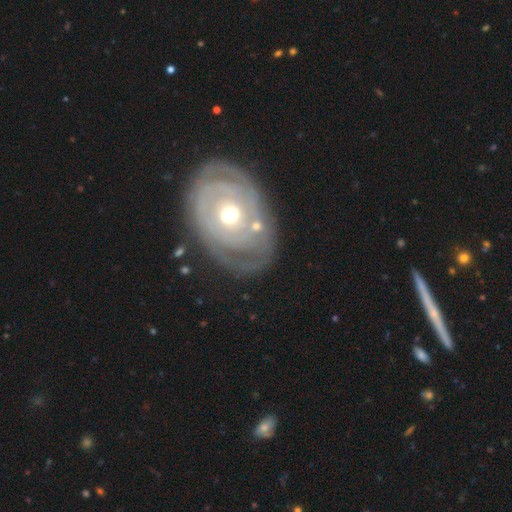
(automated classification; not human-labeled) Overall: featured or disk (82%). Edge-on disk: no (95%). Bar: no (73%). Spiral arms: yes (82%). Spiral arm count: can't tell (41%; 2 22%). Spiral winding: tight (82%). Bulge size: moderate (67%). Merging: none (77%).